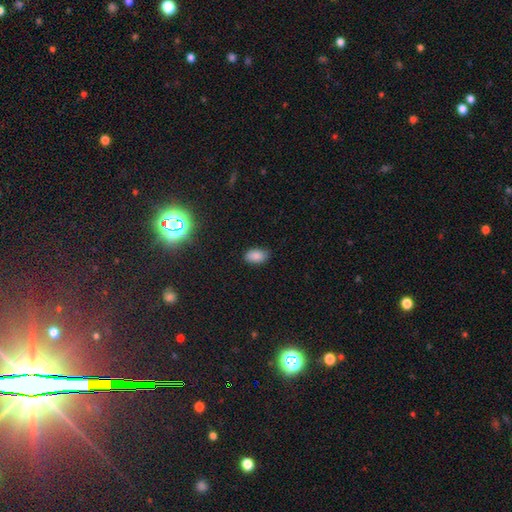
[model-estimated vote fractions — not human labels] Smooth or featured: smooth — 84% (star or artifact — 11%)
How rounded: in between — 91% (round — 8%)
Merging: none — 84% (minor disturbance — 12%)